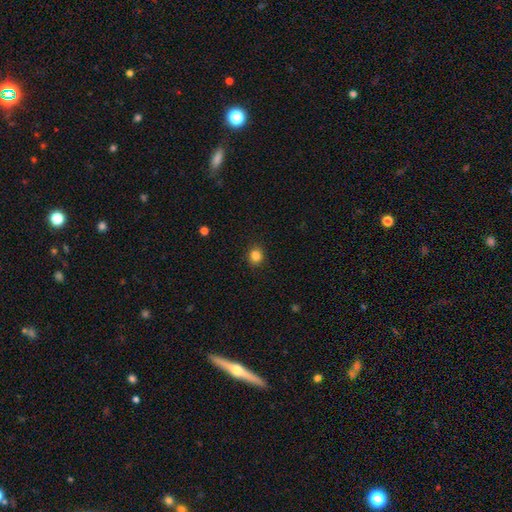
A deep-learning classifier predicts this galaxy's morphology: smooth 85%, star or artifact 11%, featured or disk 4%. Down the decision tree: how rounded — round (78%); merging — none (90%).